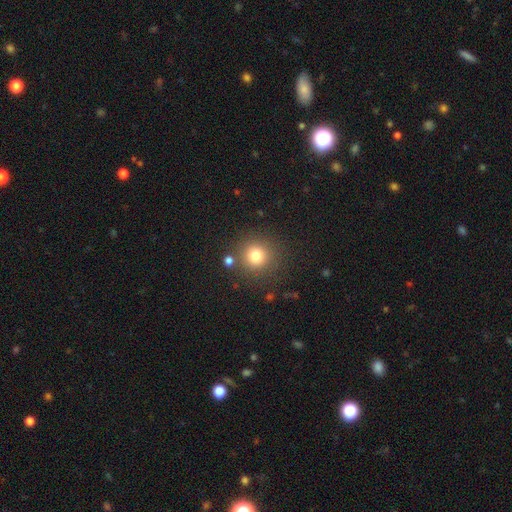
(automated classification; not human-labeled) Q: Smooth or featured?
A: smooth (78%); runner-up: star or artifact (14%)
Q: How rounded?
A: round (93%); runner-up: in between (6%)
Q: Merging?
A: none (83%); runner-up: minor disturbance (8%)